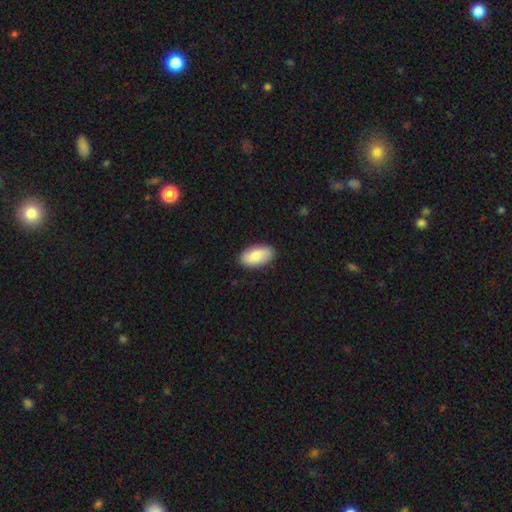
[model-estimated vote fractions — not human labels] smooth-or-featured: smooth: 82% | featured or disk: 12% | star or artifact: 6%
  how-rounded: in between: 94% | cigar-shaped: 3% | round: 3%
  merging: none: 87% | minor disturbance: 10% | major disturbance: 2% | merger: 1%